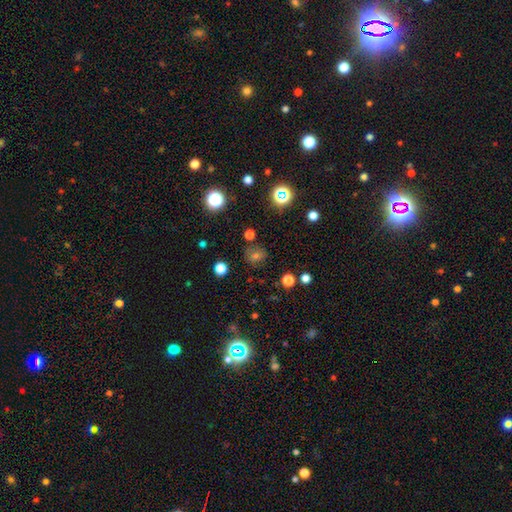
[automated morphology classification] Q: Smooth or featured?
A: smooth (53%); runner-up: star or artifact (34%)
Q: How rounded?
A: round (80%); runner-up: in between (19%)
Q: Merging?
A: none (79%); runner-up: minor disturbance (13%)